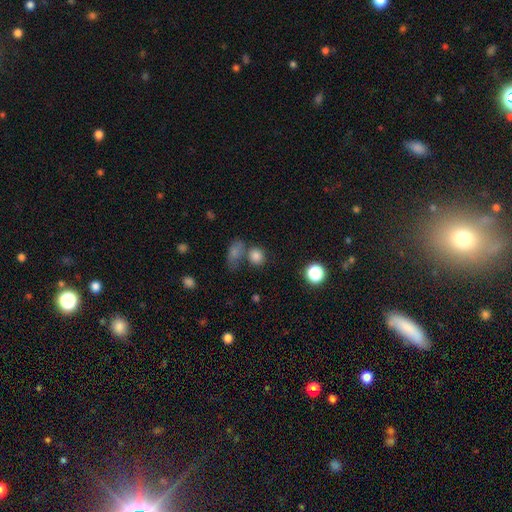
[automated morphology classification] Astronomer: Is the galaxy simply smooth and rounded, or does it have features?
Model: smooth — 81%.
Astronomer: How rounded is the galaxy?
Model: round — 76%.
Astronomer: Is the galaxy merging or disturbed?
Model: none — 60%.